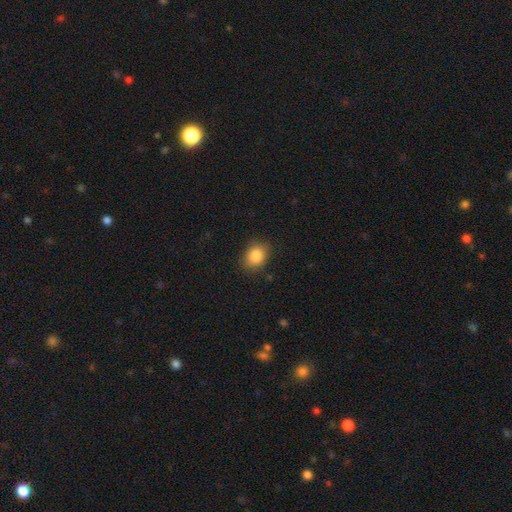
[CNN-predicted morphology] This appears to be a smooth galaxy with no disk features (85%) that is in between round and cigar-shaped (55%). Merging: none (83%).